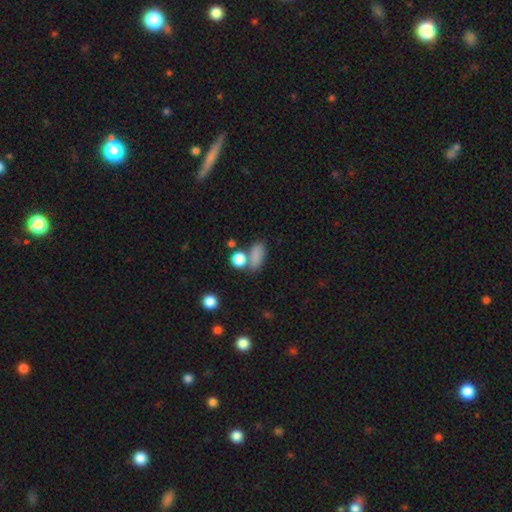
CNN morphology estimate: Smooth or featured: smooth — 79% (star or artifact — 13%)
How rounded: in between — 75% (round — 18%)
Merging: none — 53% (merger — 23%)